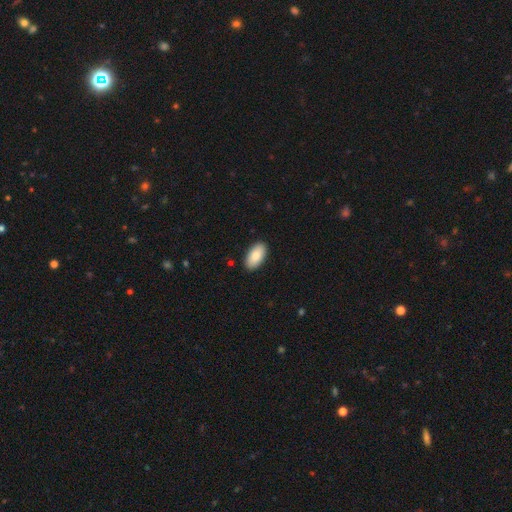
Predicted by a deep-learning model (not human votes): smooth-or-featured: smooth: 86% | featured or disk: 9% | star or artifact: 6%
  how-rounded: in between: 95% | cigar-shaped: 3% | round: 2%
  merging: none: 90% | minor disturbance: 7% | major disturbance: 2% | merger: 1%